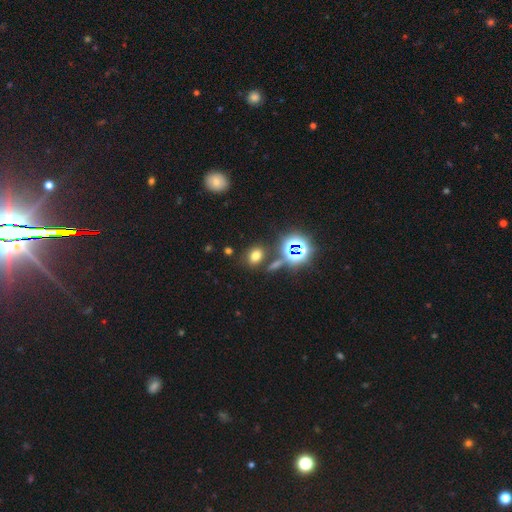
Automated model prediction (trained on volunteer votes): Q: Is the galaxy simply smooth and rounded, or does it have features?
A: smooth — 65%.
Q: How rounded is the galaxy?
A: in between — 60%.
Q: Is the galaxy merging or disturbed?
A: none — 78%.